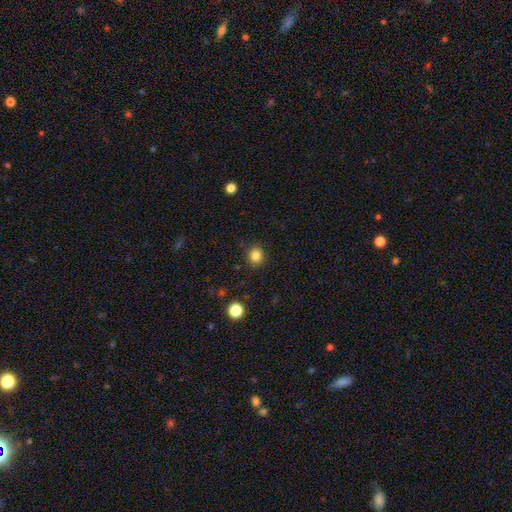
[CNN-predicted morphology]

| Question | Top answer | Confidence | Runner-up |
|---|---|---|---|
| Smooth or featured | smooth | 84% | star or artifact (12%) |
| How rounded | round | 86% | in between (13%) |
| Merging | none | 90% | minor disturbance (7%) |